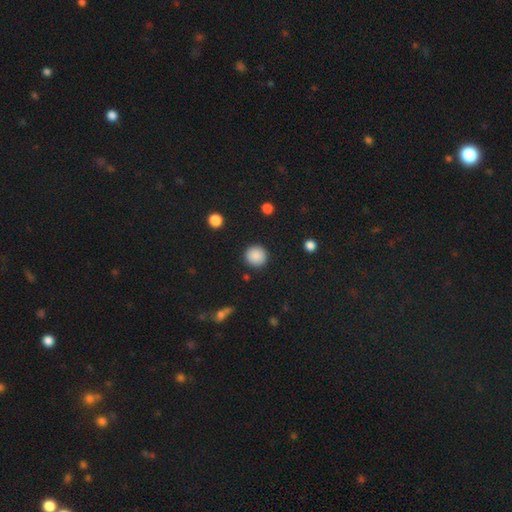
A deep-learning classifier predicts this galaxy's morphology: smooth 89%, star or artifact 8%, featured or disk 3%. Down the decision tree: how rounded — round (94%); merging — none (91%).